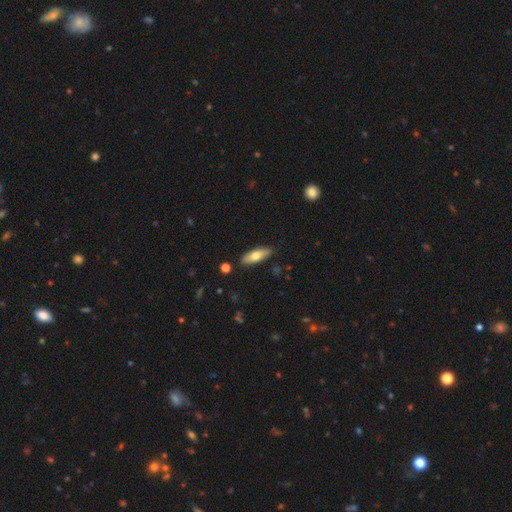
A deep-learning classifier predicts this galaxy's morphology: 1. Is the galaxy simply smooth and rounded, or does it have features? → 68% smooth, 26% featured or disk, 6% star or artifact.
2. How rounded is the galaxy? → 63% in between, 35% cigar-shaped, 2% round.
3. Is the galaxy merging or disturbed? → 87% none, 9% minor disturbance, 2% major disturbance, 2% merger.